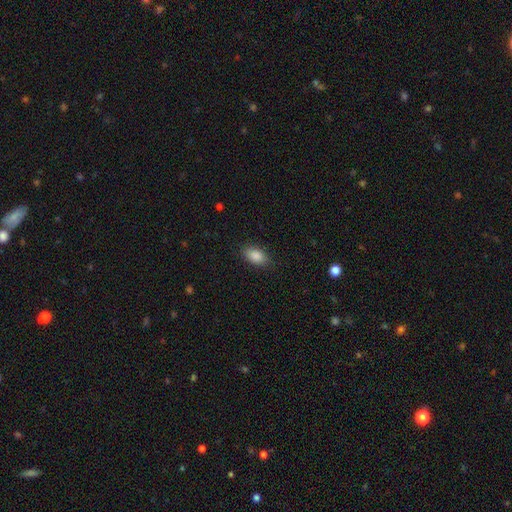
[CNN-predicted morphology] The model was most divided on "merging": none: 87%, minor disturbance: 10%, major disturbance: 3%, merger: 1%. More confident: how rounded — in between (91%); smooth or featured — smooth (87%).